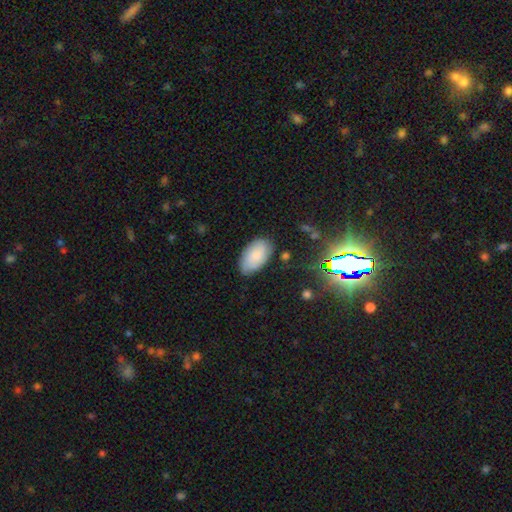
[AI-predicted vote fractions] smooth 77%, featured or disk 15%, star or artifact 8%. Down the decision tree: how rounded — in between (95%); merging — none (76%).